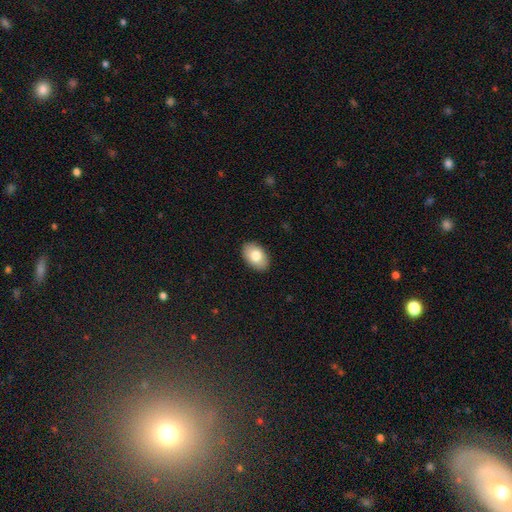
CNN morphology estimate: Smooth or featured? smooth (80%)
How rounded? in between (90%)
Merging? none (89%)